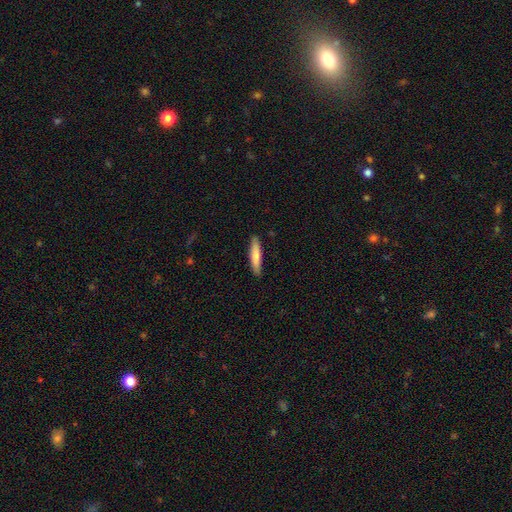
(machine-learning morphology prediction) Overall: smooth (77%). How rounded: cigar-shaped (87%). Merging: none (87%).